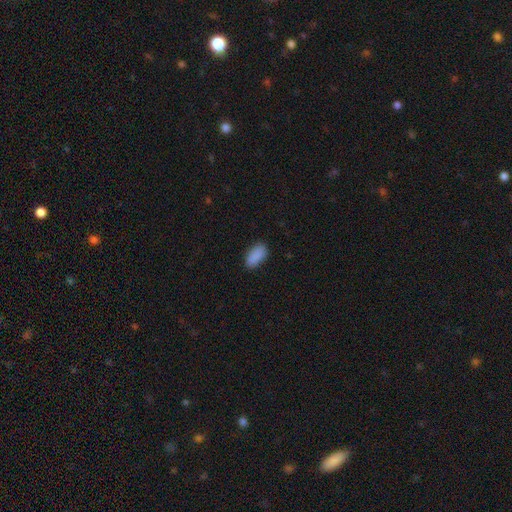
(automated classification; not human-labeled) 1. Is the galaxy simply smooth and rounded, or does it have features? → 89% smooth, 8% star or artifact, 4% featured or disk.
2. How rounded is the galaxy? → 91% in between, 6% cigar-shaped, 3% round.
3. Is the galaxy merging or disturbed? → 83% none, 13% minor disturbance, 3% major disturbance, 1% merger.